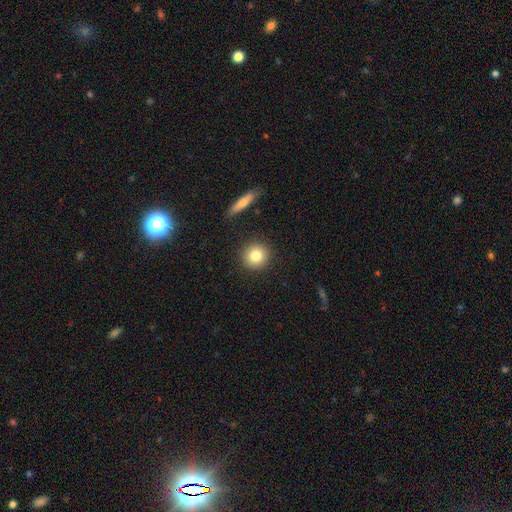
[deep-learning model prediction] Q: Smooth or featured?
A: smooth (81%); runner-up: featured or disk (10%)
Q: How rounded?
A: round (92%); runner-up: in between (7%)
Q: Merging?
A: none (90%); runner-up: minor disturbance (6%)